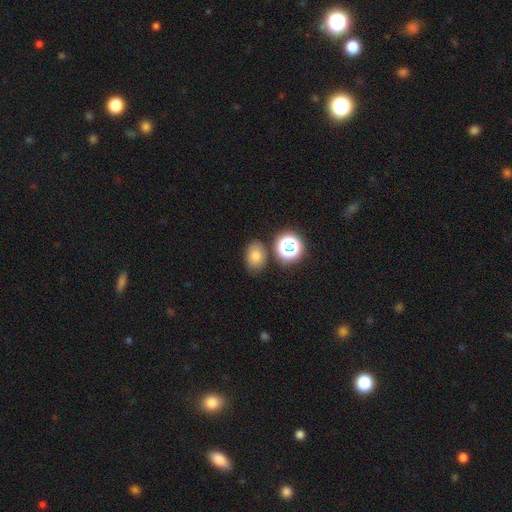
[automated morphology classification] Smooth or featured? Predicted: smooth (p=0.71). How rounded? Predicted: in between (p=0.73). Merging? Predicted: none (p=0.78).